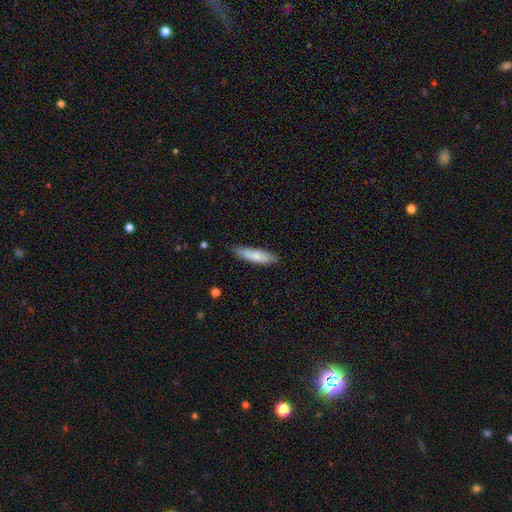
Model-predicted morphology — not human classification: Overall: smooth (77%). How rounded: cigar-shaped (65%; in between 34%). Merging: none (82%).